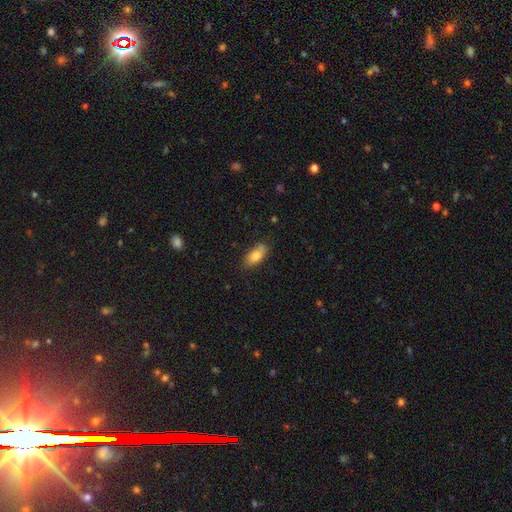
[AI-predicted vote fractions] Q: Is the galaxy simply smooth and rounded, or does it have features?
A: smooth — 81%.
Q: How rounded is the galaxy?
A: in between — 84%.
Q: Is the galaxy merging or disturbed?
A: none — 79%.